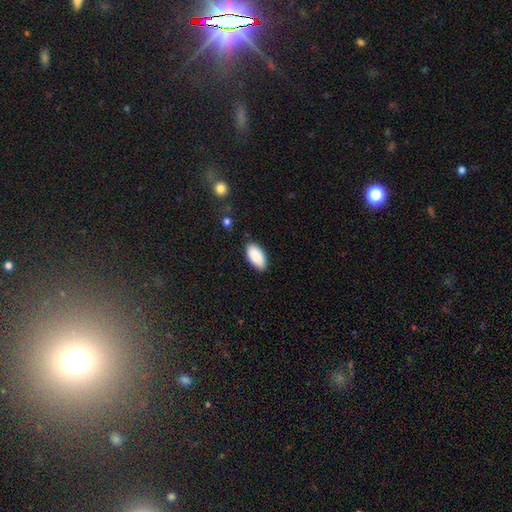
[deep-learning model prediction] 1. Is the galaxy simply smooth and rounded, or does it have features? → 90% smooth, 6% star or artifact, 4% featured or disk.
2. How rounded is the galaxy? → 94% in between, 4% cigar-shaped, 2% round.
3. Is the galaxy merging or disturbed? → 85% none, 11% minor disturbance, 2% major disturbance, 1% merger.